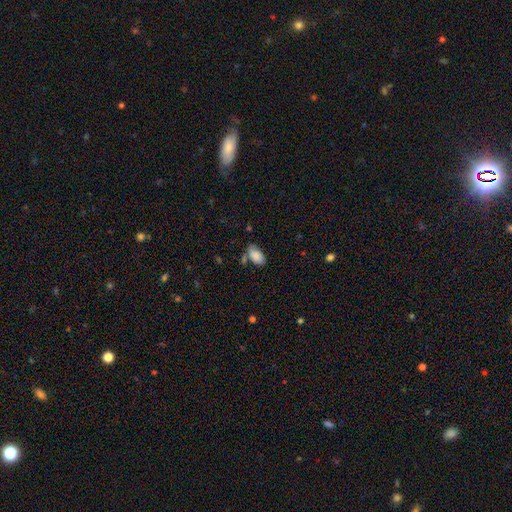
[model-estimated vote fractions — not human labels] Smooth or featured?
  - smooth: 85% *
  - featured or disk: 8%
  - star or artifact: 7%
How rounded?
  - in between: 94% *
  - round: 4%
  - cigar-shaped: 3%
Merging?
  - none: 57% *
  - minor disturbance: 25%
  - merger: 12%
  - major disturbance: 6%